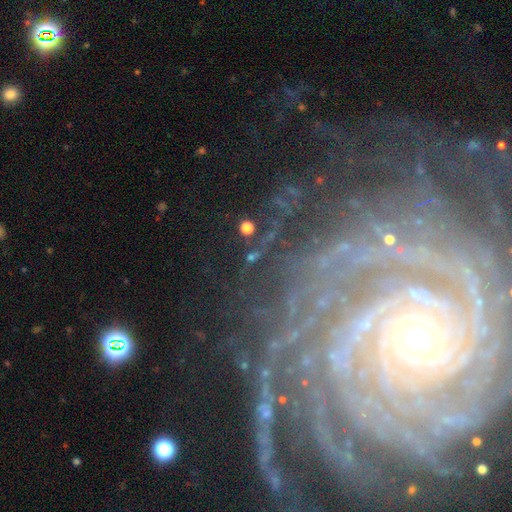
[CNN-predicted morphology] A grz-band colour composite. It shows a featured or disk galaxy (67%) with no bar (39%), tight (71%) spiral arms (92%) and a small central bulge (66%). Merging: none (71%).